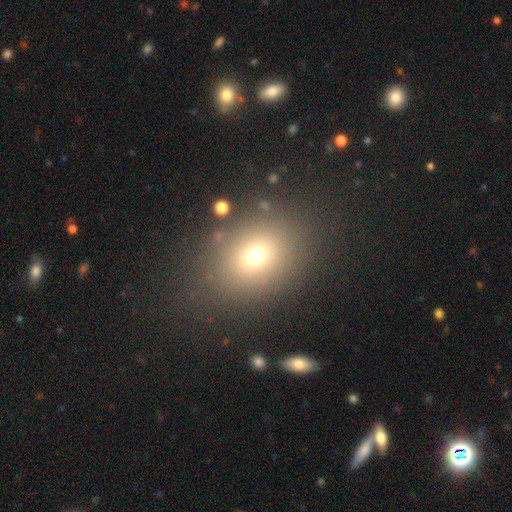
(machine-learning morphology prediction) Smooth or featured? smooth (68%)
How rounded? in between (53%)
Merging? none (79%)